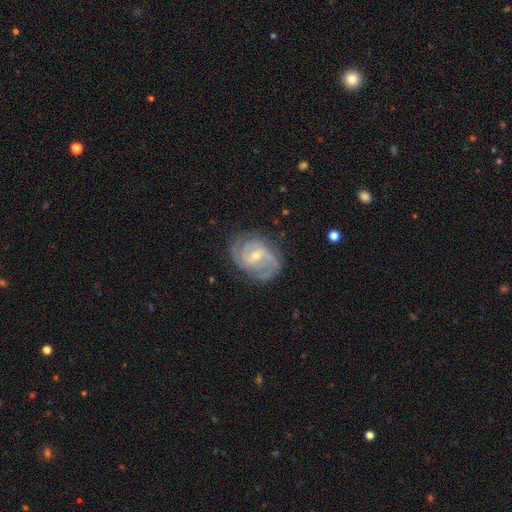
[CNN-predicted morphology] The model was most divided on "spiral winding": tight: 53%, medium: 39%, loose: 8%. Remaining: edge-on disk — no (97%); spiral arms — yes (97%); smooth or featured — featured or disk (88%); merging — none (75%); bulge size — small (60%); bar — weak (51%); spiral arm count — 2 (46%).